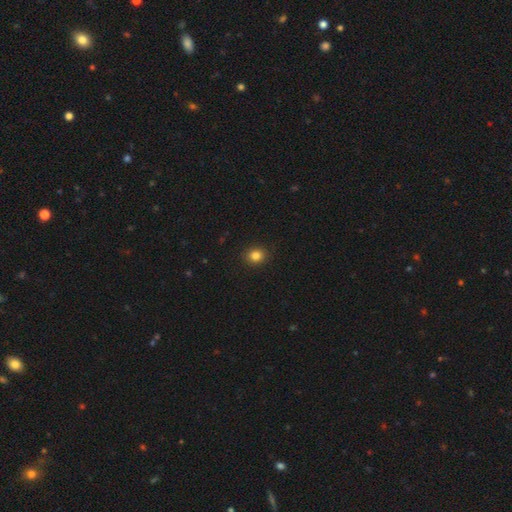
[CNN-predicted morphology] A smooth galaxy with no disk features (84%) that is round (75%).

Vote fractions:
- Smooth or featured? smooth: 84% / star or artifact: 12% / featured or disk: 5%
- How rounded? round: 75% / in between: 24% / cigar-shaped: 1%
- Merging? none: 91% / minor disturbance: 6% / major disturbance: 2% / merger: 1%